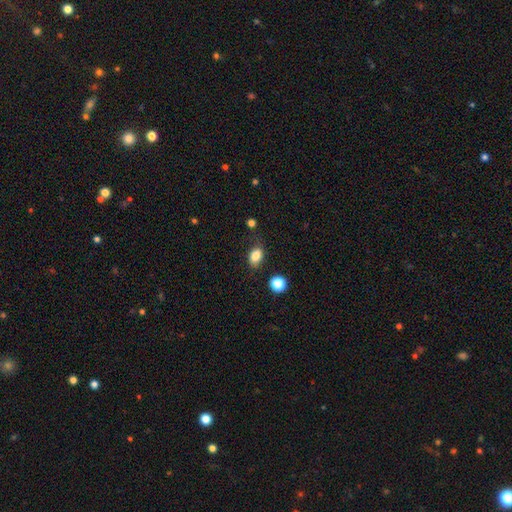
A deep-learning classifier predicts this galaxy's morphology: A smooth galaxy with no disk features (83%) that is in between round and cigar-shaped (76%). Merging: none (73%).